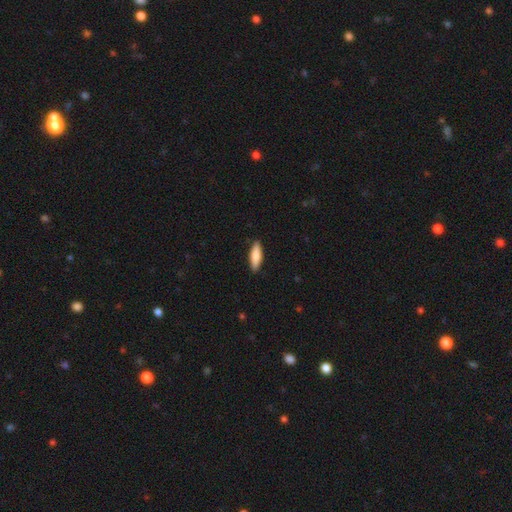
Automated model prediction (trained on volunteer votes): smooth 78%, featured or disk 16%, star or artifact 5%. Down the decision tree: how rounded — cigar-shaped (56%); merging — none (89%).